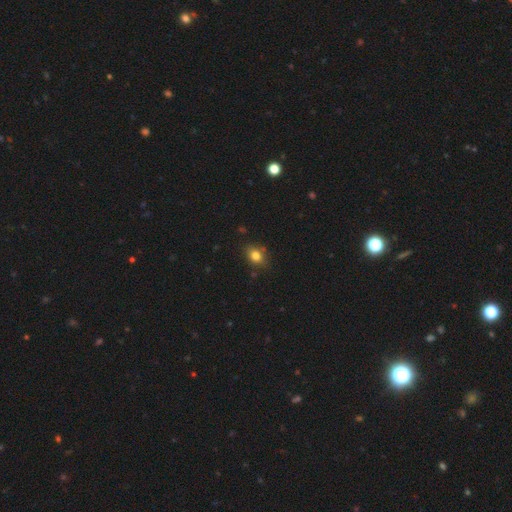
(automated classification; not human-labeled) smooth-or-featured: smooth: 80% | star or artifact: 11% | featured or disk: 9%
  how-rounded: in between: 62% | round: 37% | cigar-shaped: 2%
  merging: none: 79% | minor disturbance: 15% | major disturbance: 3% | merger: 3%